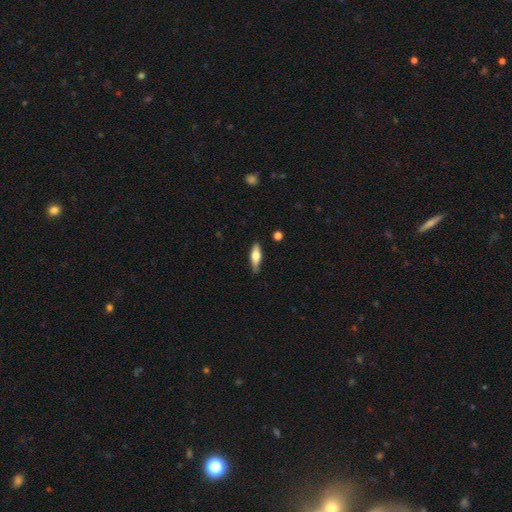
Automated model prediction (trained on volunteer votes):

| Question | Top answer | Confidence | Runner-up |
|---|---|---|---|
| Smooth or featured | smooth | 61% | featured or disk (33%) |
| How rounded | in between | 55% | cigar-shaped (43%) |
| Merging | none | 80% | minor disturbance (16%) |